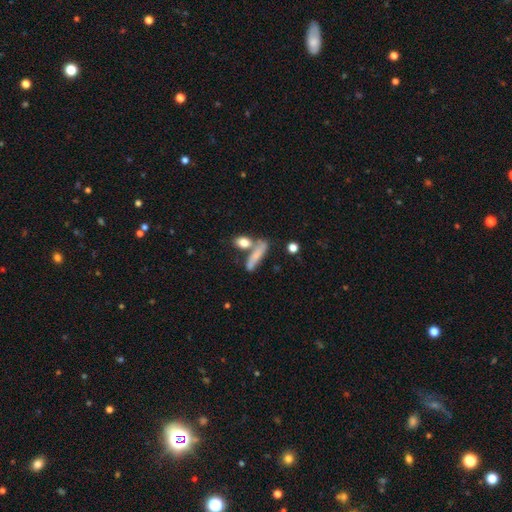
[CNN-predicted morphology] Overall: smooth (69%). How rounded: cigar-shaped (65%; in between 28%). Merging: none (51%; merger 24%).